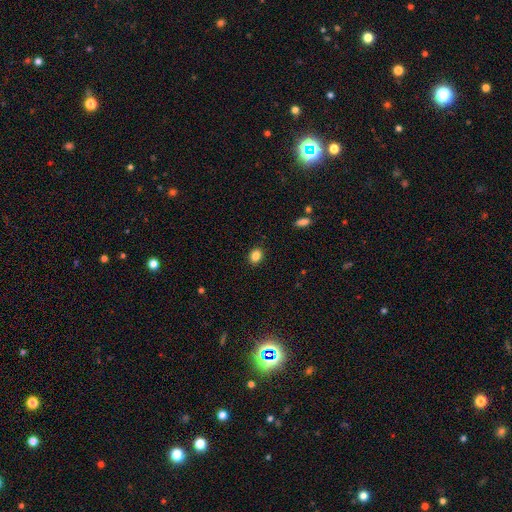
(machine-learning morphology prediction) smooth-or-featured: smooth: 85% | star or artifact: 10% | featured or disk: 5%
  how-rounded: in between: 52% | round: 46% | cigar-shaped: 1%
  merging: none: 90% | minor disturbance: 7% | major disturbance: 2% | merger: 1%